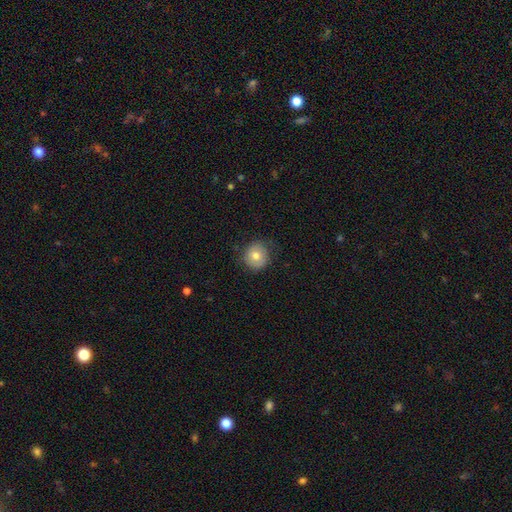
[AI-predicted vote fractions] smooth_or_featured: smooth (p=0.74) [alt: featured or disk p=0.17]
how_rounded: round (p=0.88) [alt: in between p=0.11]
merging: none (p=0.76) [alt: minor disturbance p=0.17]